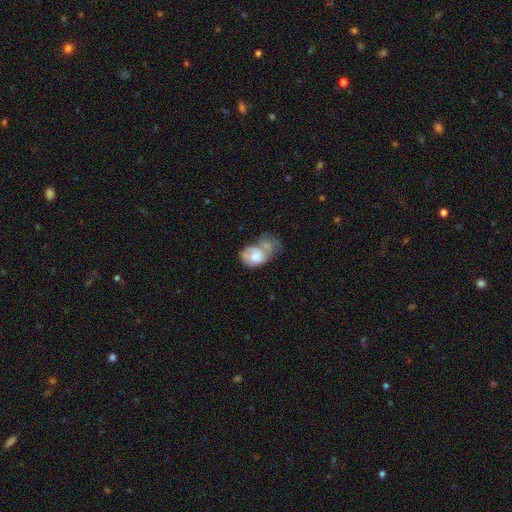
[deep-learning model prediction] Q: Smooth or featured?
A: smooth (61%); runner-up: featured or disk (33%)
Q: How rounded?
A: in between (75%); runner-up: round (24%)
Q: Merging?
A: merger (41%); runner-up: major disturbance (28%)